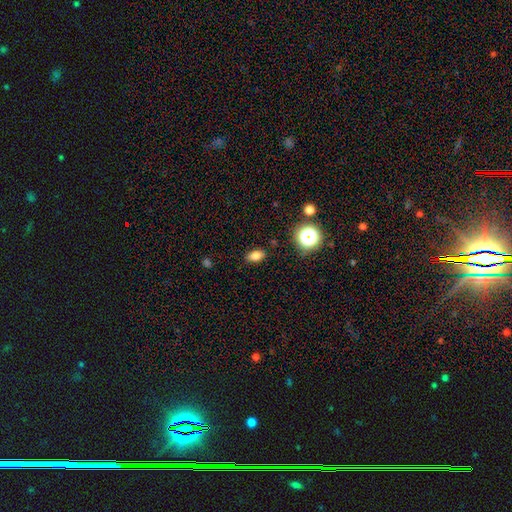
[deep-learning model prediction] Morphology: type=smooth (78%); roundness=in between (85%); merging=none (87%).